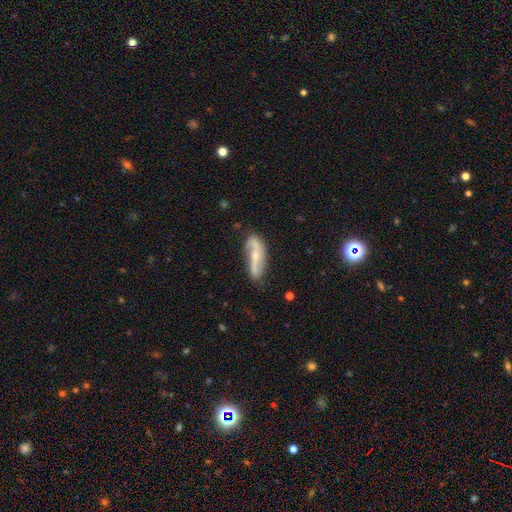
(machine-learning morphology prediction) A featured or disk galaxy (70%) with no bar (45%), spiral arms (83%) and a small central bulge (58%). Merging: none (64%).